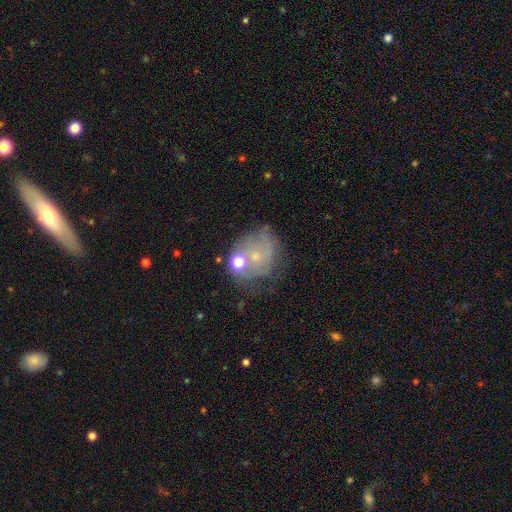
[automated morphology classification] Q: Smooth or featured?
A: featured or disk (47%); runner-up: smooth (37%)
Q: Merging?
A: none (44%); runner-up: minor disturbance (23%)